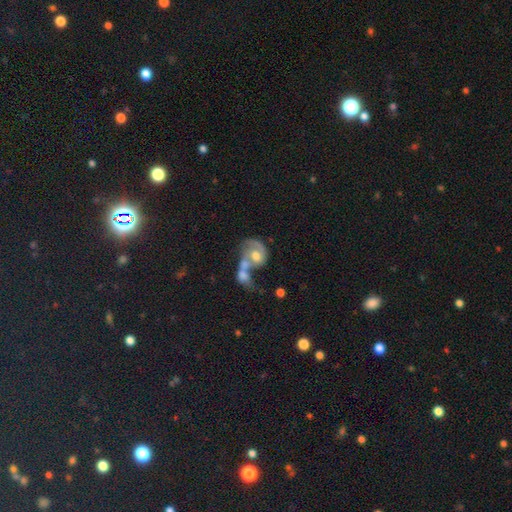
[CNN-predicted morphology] Smooth or featured? featured or disk (64%)
Edge-on disk? no (97%)
Bar? no (71%)
Spiral arms? yes (72%)
Bulge size? moderate (67%)
Merging? merger (71%)